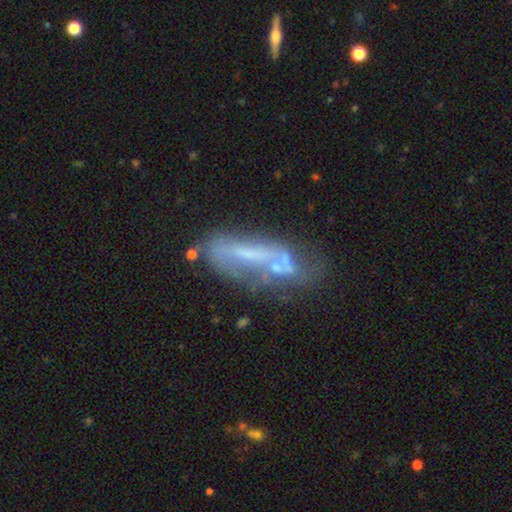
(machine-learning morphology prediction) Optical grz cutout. It shows a featured or disk galaxy (62%). Merging: none (43%).